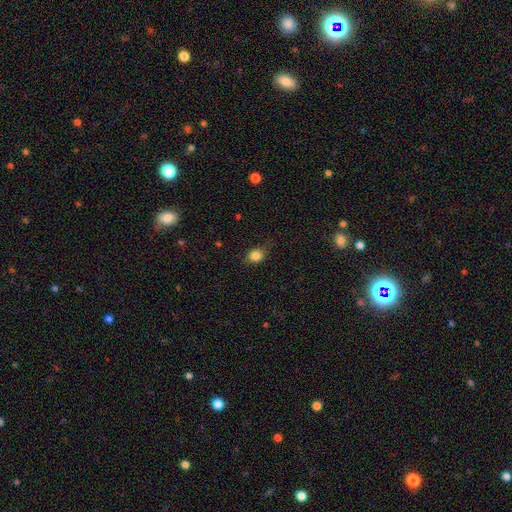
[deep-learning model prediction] This appears to be a smooth galaxy with no disk features (83%) that is round (58%). Merging: none (74%).